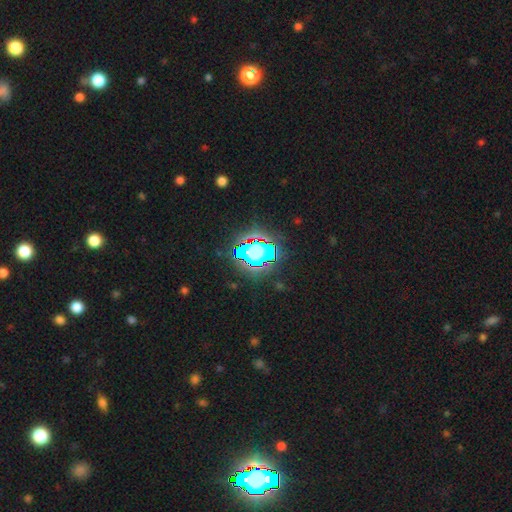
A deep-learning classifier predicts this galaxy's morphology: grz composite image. It shows a star or artifact, not a galaxy (80%).